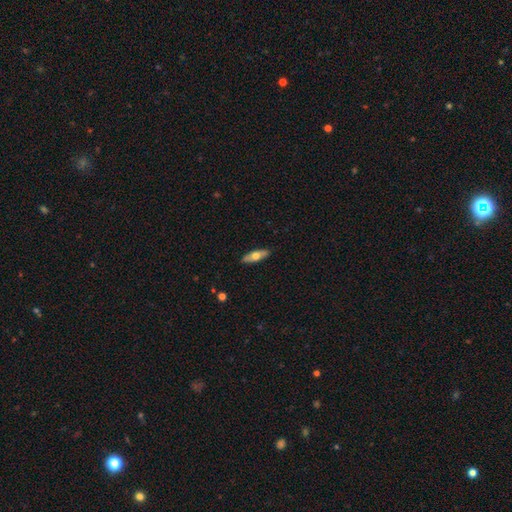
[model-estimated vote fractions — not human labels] A smooth galaxy with no disk features (58%) that is in between round and cigar-shaped (54%). Merging: none (88%).